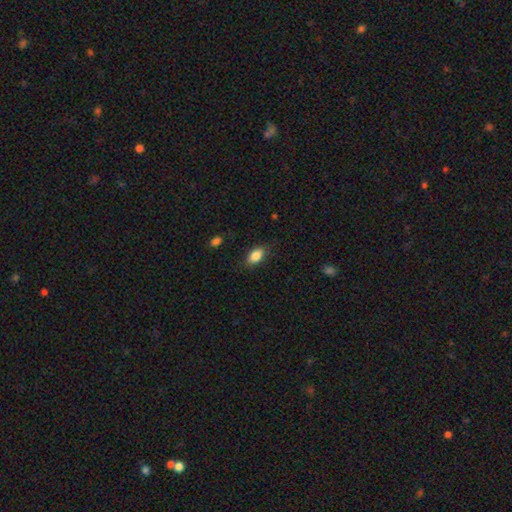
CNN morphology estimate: smooth 84%, featured or disk 8%, star or artifact 8%. Down the decision tree: how rounded — in between (88%); merging — none (83%).